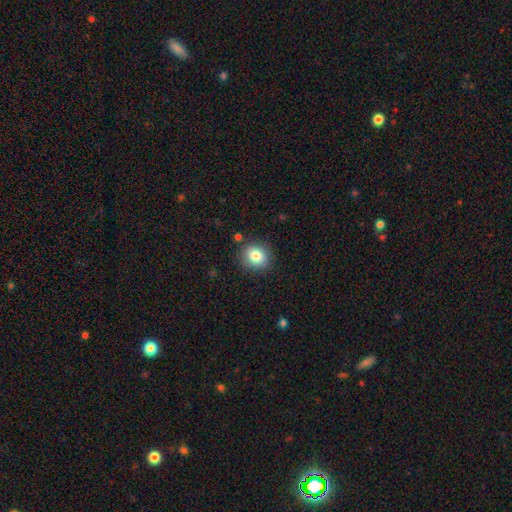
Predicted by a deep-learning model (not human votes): A smooth galaxy with no disk features (81%) that is round (78%). Merging: none (86%).